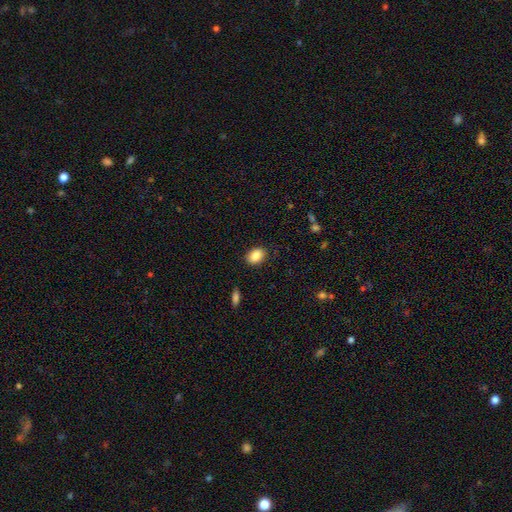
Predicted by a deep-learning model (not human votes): This is clearly a smooth galaxy (86%). How rounded: likely in between (79%). Merging: clearly none (87%).